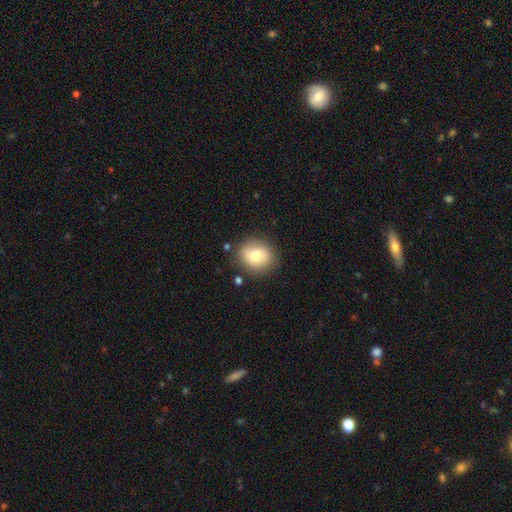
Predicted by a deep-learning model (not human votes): A smooth galaxy with no disk features (75%) that is round (78%).

Vote fractions:
- Smooth or featured? smooth: 75% / featured or disk: 17% / star or artifact: 8%
- How rounded? round: 78% / in between: 21% / cigar-shaped: 1%
- Merging? none: 83% / minor disturbance: 11% / major disturbance: 3% / merger: 2%